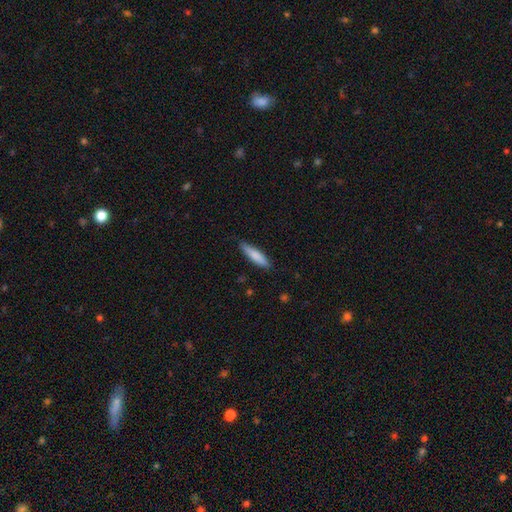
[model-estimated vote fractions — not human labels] This is clearly a smooth galaxy (80%). How rounded: likely cigar-shaped (74%). Merging: clearly none (81%).